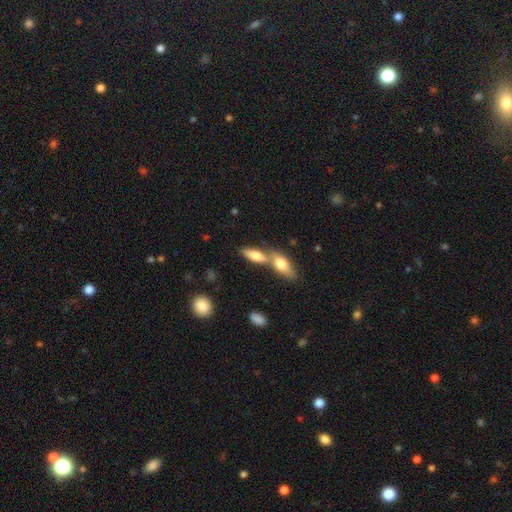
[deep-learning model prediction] The model was most divided on "merging": merger: 56%, none: 33%, minor disturbance: 7%, major disturbance: 3%. More confident: smooth or featured — smooth (72%); how rounded — in between (70%).